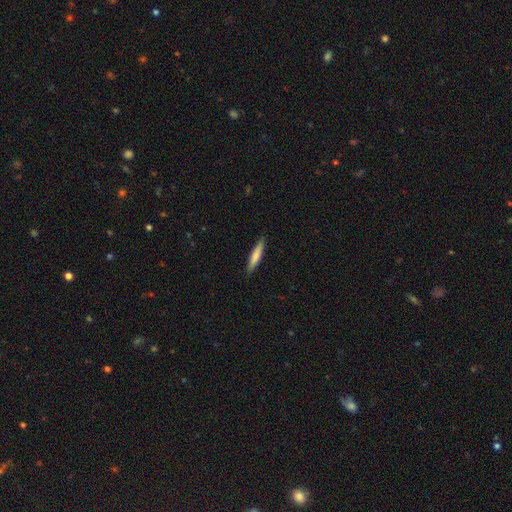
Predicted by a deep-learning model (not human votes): A smooth galaxy with no disk features (75%) that is cigar-shaped (91%).

Vote fractions:
- Smooth or featured? smooth: 75% / featured or disk: 20% / star or artifact: 5%
- How rounded? cigar-shaped: 91% / in between: 8% / round: 1%
- Merging? none: 90% / minor disturbance: 7% / major disturbance: 1% / merger: 1%